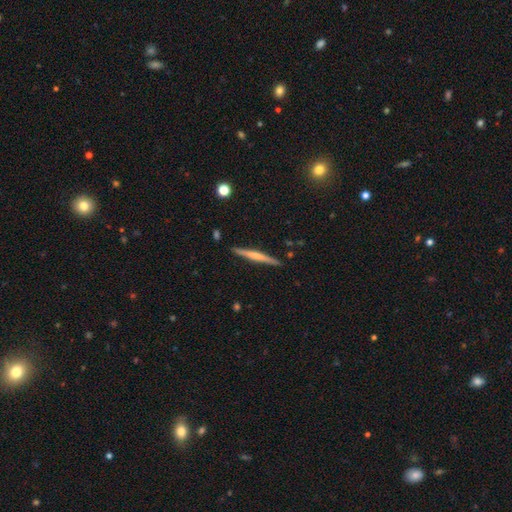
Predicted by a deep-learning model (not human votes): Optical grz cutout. It shows a featured or disk galaxy (56%) viewed edge-on (98%) with a rounded central bulge (48%). Merging: none (90%).